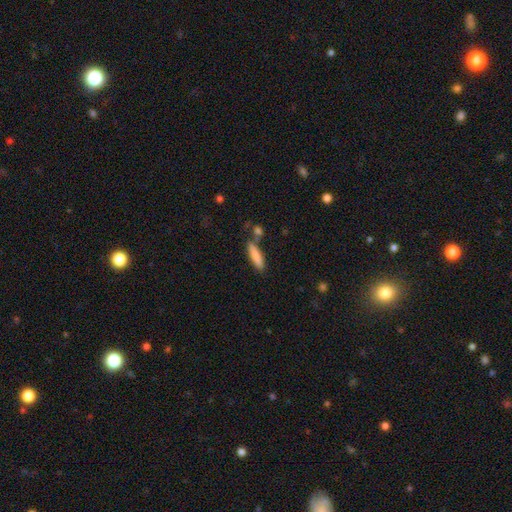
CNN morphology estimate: Overall: smooth (82%). How rounded: cigar-shaped (77%). Merging: none (74%).